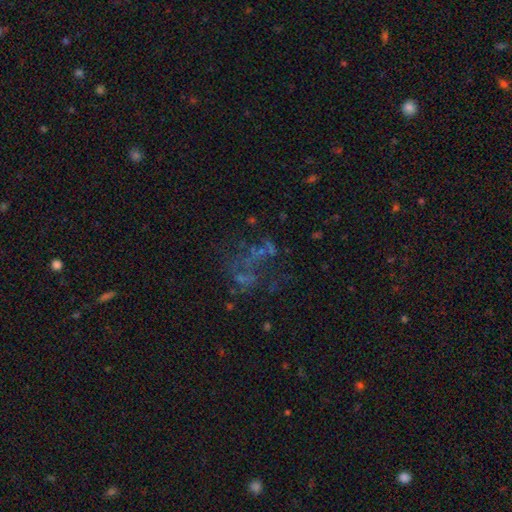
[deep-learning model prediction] Smooth or featured?
  - featured or disk: 44% *
  - star or artifact: 34%
  - smooth: 22%
Merging?
  - none: 42% *
  - major disturbance: 31%
  - merger: 14%
  - minor disturbance: 12%